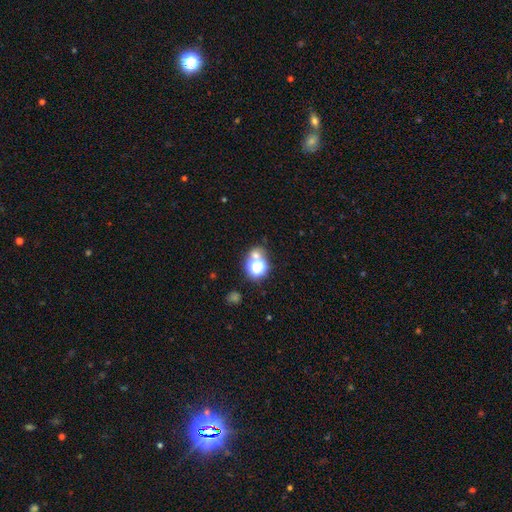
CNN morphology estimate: smooth-or-featured: smooth: 49% | star or artifact: 41% | featured or disk: 10%
  merging: none: 59% | merger: 25% | minor disturbance: 10% | major disturbance: 6%